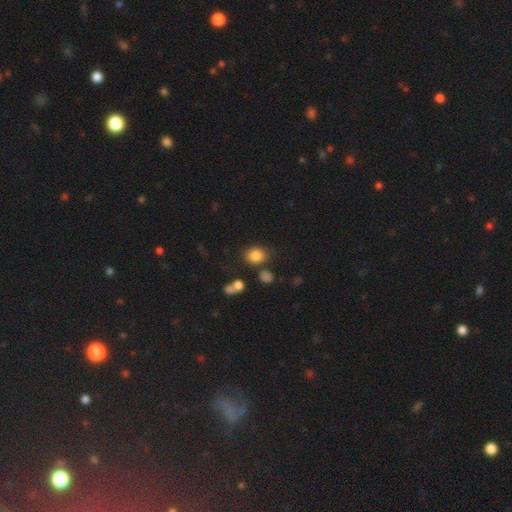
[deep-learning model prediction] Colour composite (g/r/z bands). It shows a smooth galaxy with no disk features (83%) that is round (61%). Merging: none (76%).